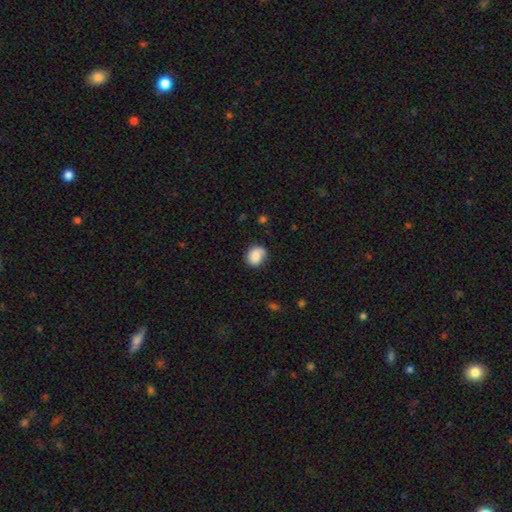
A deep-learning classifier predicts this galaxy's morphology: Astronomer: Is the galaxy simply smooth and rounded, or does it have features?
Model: smooth — 74%.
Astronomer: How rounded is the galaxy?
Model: round — 66%.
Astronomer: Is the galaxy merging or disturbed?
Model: none — 68%.